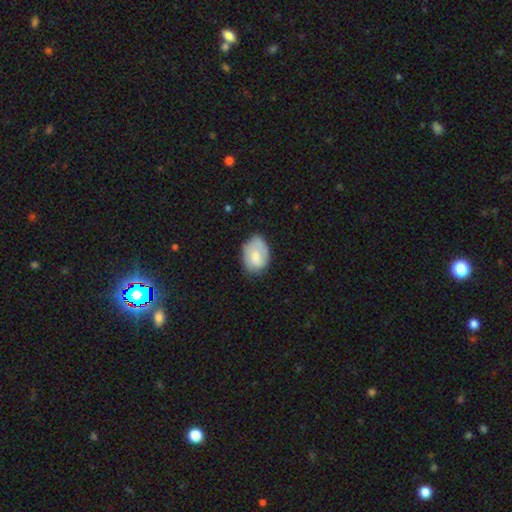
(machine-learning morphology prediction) Q: Smooth or featured?
A: smooth (65%); runner-up: featured or disk (28%)
Q: How rounded?
A: in between (76%); runner-up: round (23%)
Q: Merging?
A: none (64%); runner-up: minor disturbance (28%)